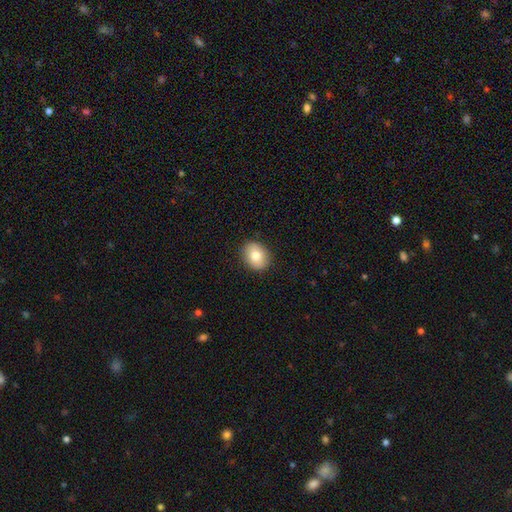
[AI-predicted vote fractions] This is likely a smooth galaxy (79%). How rounded: possibly round (51%). Merging: clearly none (89%).